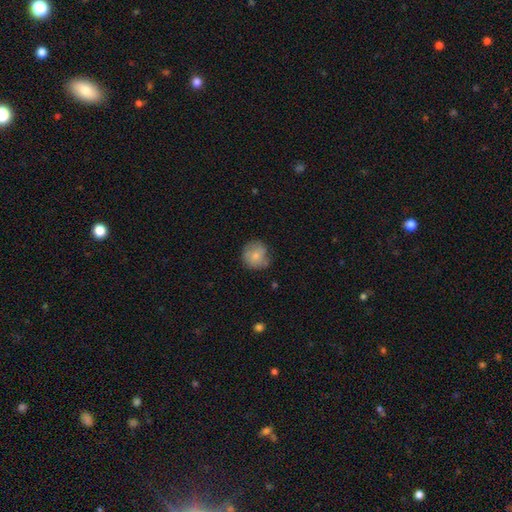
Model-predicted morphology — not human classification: Smooth or featured? smooth (76%)
How rounded? round (88%)
Merging? none (69%)